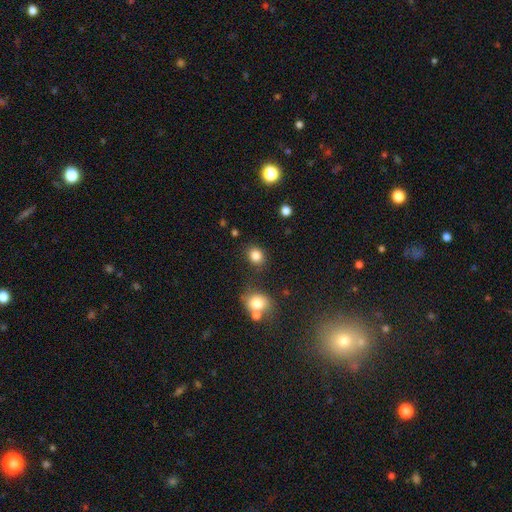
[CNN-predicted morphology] Overall: smooth (83%). How rounded: round (61%; in between 38%). Merging: none (80%).